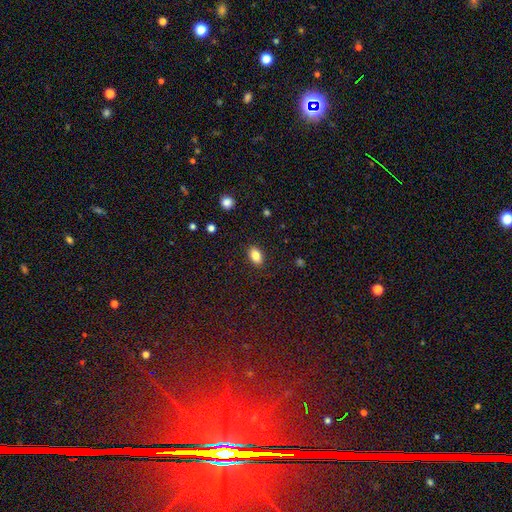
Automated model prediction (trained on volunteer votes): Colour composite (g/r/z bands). It shows a smooth galaxy with no disk features (84%) that is in between round and cigar-shaped (89%). Merging: none (88%).